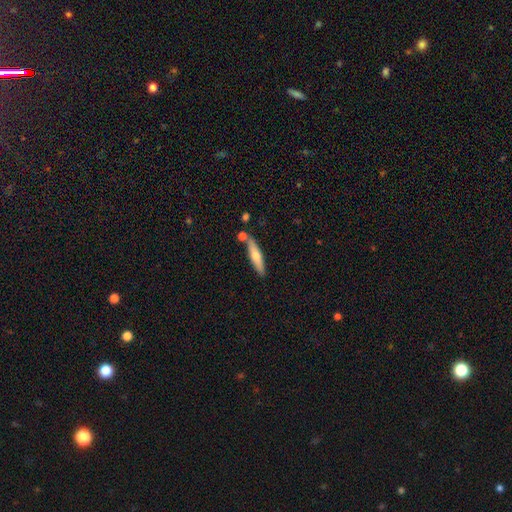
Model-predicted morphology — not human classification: smooth_or_featured: smooth (p=0.57) [alt: featured or disk p=0.37]
how_rounded: cigar-shaped (p=0.84) [alt: in between p=0.15]
merging: none (p=0.75) [alt: minor disturbance p=0.12]